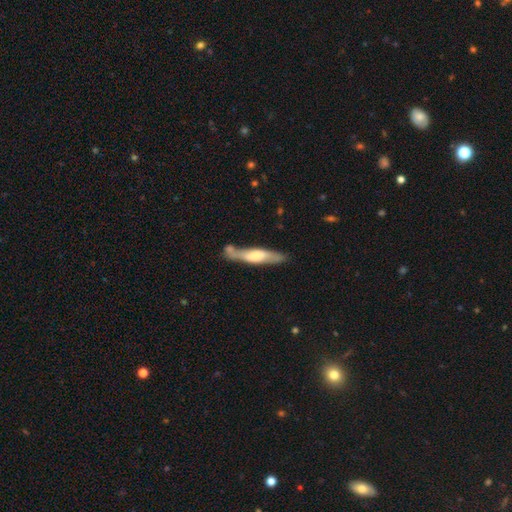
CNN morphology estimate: This is possibly a smooth galaxy (51%). How rounded: clearly cigar-shaped (81%). Merging: possibly none (58%).